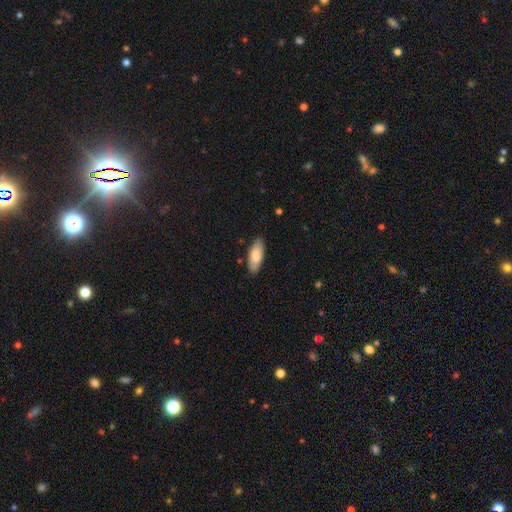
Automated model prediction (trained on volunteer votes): Smooth or featured?
  - smooth: 78% *
  - featured or disk: 17%
  - star or artifact: 6%
How rounded?
  - in between: 80% *
  - cigar-shaped: 18%
  - round: 2%
Merging?
  - none: 83% *
  - minor disturbance: 13%
  - major disturbance: 2%
  - merger: 1%